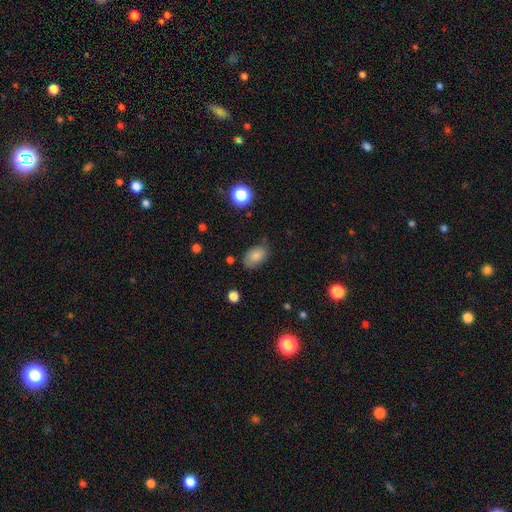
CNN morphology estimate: Smooth or featured? Predicted: smooth (p=0.81). How rounded? Predicted: in between (p=0.89). Merging? Predicted: none (p=0.71).